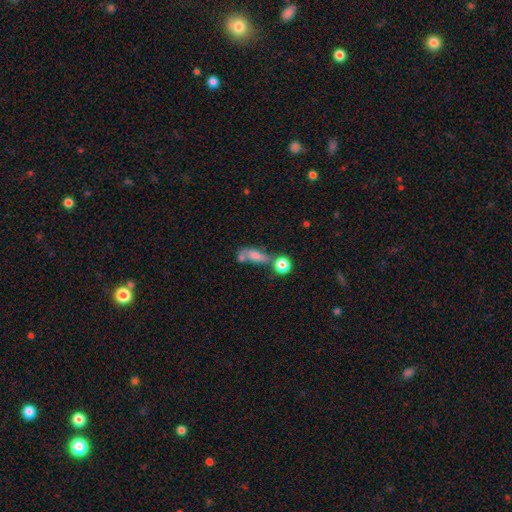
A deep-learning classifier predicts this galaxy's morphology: Smooth or featured?
  - smooth: 66% *
  - featured or disk: 22%
  - star or artifact: 13%
How rounded?
  - in between: 58% *
  - cigar-shaped: 28%
  - round: 14%
Merging?
  - merger: 34% * (tied)
  - none: 34% * (tied)
  - minor disturbance: 17%
  - major disturbance: 15%